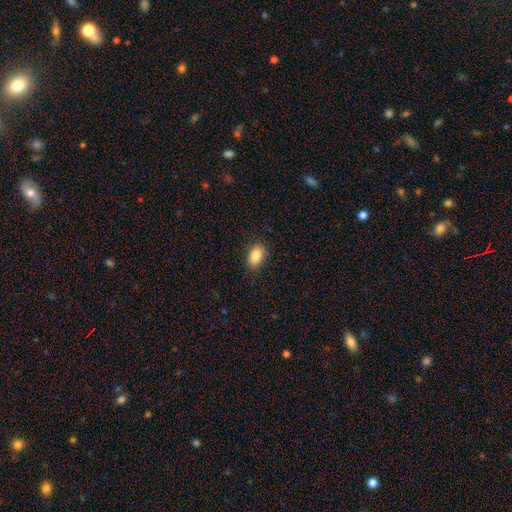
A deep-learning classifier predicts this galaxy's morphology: type=smooth (86%); roundness=in between (86%); merging=none (86%).